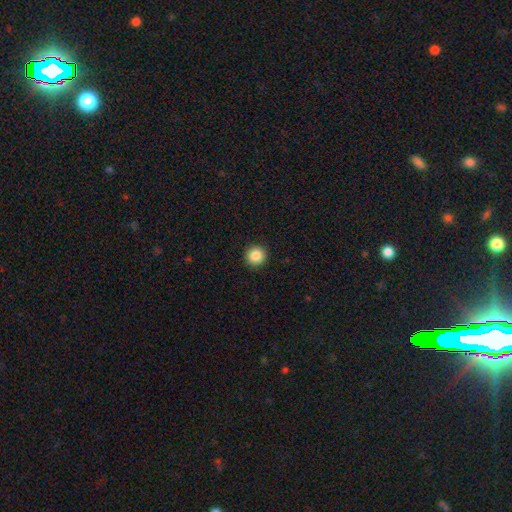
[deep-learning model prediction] Smooth or featured: smooth — 87% (star or artifact — 9%)
How rounded: round — 95% (in between — 4%)
Merging: none — 93% (minor disturbance — 4%)